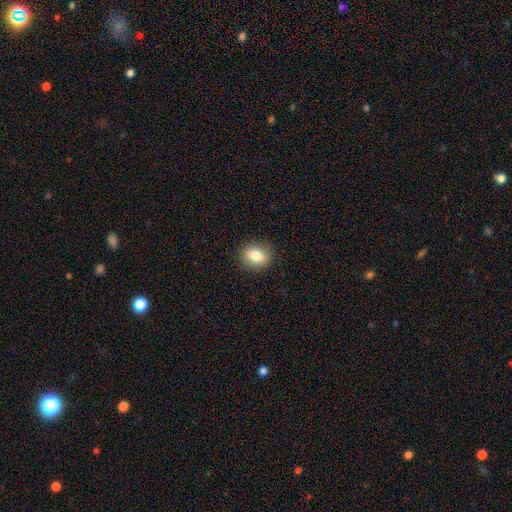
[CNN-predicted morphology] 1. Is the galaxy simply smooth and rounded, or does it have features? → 80% smooth, 11% featured or disk, 9% star or artifact.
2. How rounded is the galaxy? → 50% round, 48% in between, 1% cigar-shaped.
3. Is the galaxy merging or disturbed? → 88% none, 9% minor disturbance, 2% major disturbance, 1% merger.